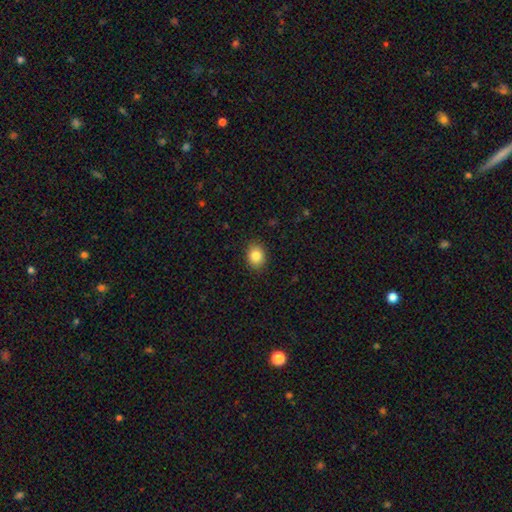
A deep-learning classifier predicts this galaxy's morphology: Smooth or featured?
  - smooth: 85% *
  - star or artifact: 9%
  - featured or disk: 6%
How rounded?
  - round: 52% *
  - in between: 47%
  - cigar-shaped: 1%
Merging?
  - none: 89% *
  - minor disturbance: 8%
  - major disturbance: 2%
  - merger: 1%